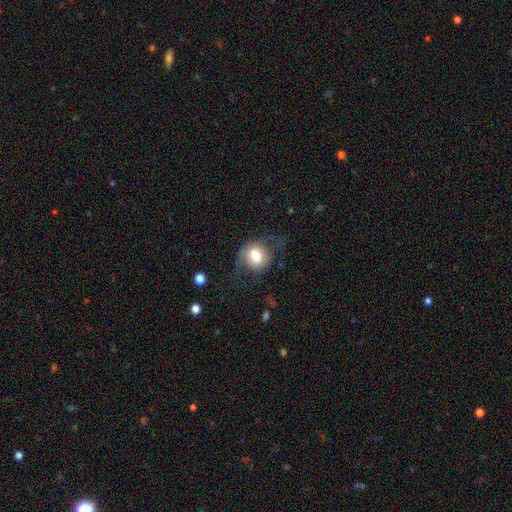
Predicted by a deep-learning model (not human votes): The model was most divided on "merging": none: 44%, major disturbance: 29%, minor disturbance: 25%, merger: 2%. More confident: how rounded — round (61%); smooth or featured — smooth (61%).